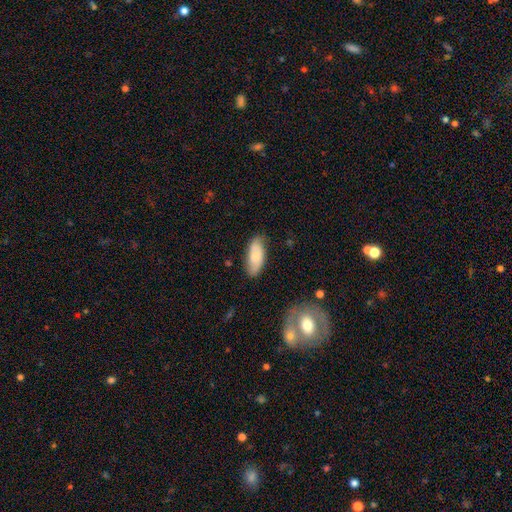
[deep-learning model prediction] Q: Smooth or featured?
A: smooth (75%); runner-up: featured or disk (19%)
Q: How rounded?
A: in between (85%); runner-up: cigar-shaped (13%)
Q: Merging?
A: none (76%); runner-up: minor disturbance (19%)